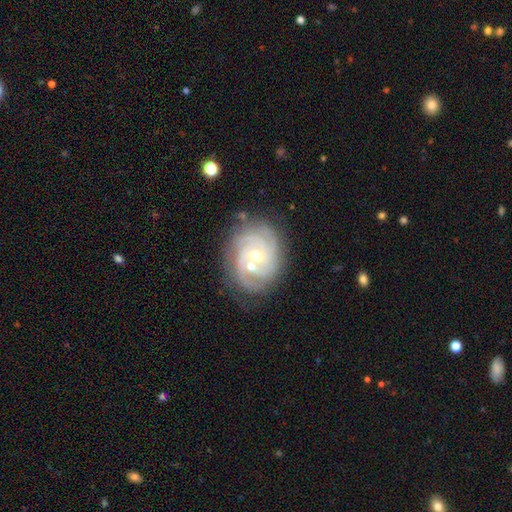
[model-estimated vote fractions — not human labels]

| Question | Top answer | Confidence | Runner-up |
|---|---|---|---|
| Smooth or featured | featured or disk | 85% | smooth (8%) |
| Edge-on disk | no | 97% | yes (3%) |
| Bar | no | 70% | weak (24%) |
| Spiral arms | yes | 97% | no (3%) |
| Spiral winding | tight | 71% | medium (25%) |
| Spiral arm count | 3 | 36% | 4 (31%) |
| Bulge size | moderate | 51% | small (45%) |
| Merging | none | 67% | minor disturbance (15%) |